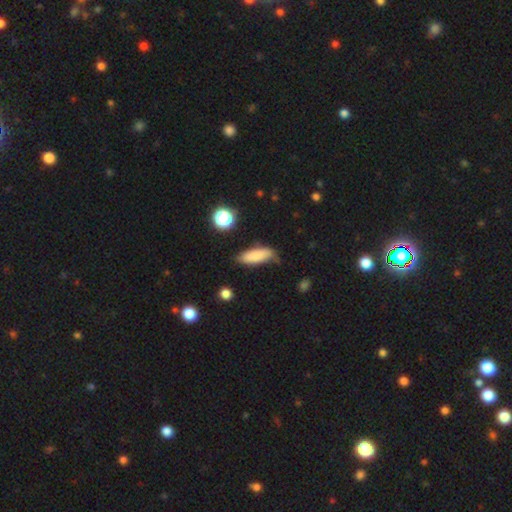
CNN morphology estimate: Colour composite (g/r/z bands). It shows a smooth galaxy with no disk features (80%) that is in between round and cigar-shaped (62%). Merging: none (63%).